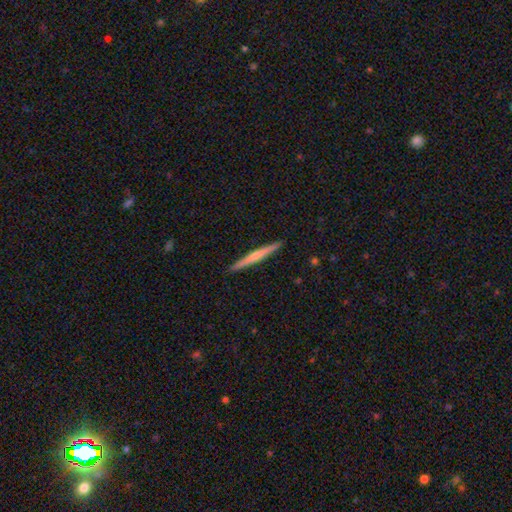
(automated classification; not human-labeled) Smooth or featured? featured or disk (53%)
Edge-on disk? yes (98%)
Edge-on bulge? rounded (48%)
Merging? none (92%)